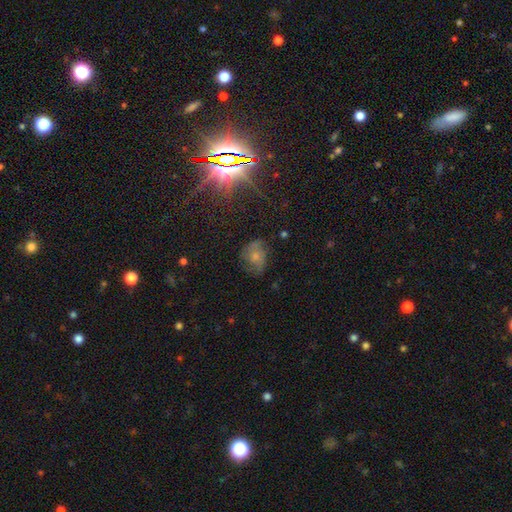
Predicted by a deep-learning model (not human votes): smooth_or_featured: smooth (p=0.47) [alt: featured or disk p=0.38]
merging: none (p=0.55) [alt: minor disturbance p=0.26]